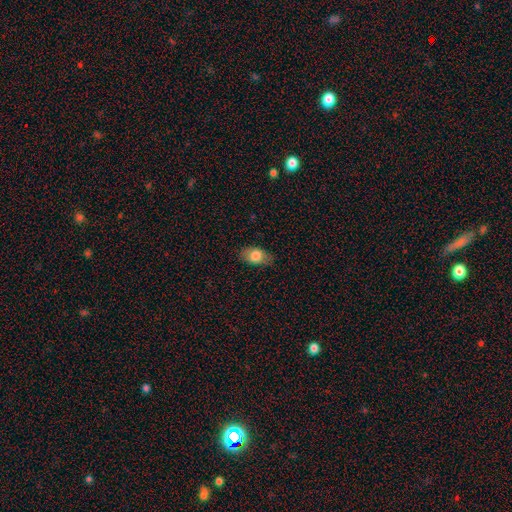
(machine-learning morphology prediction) Smooth or featured: smooth — 79% (featured or disk — 14%)
How rounded: in between — 87% (round — 10%)
Merging: none — 80% (minor disturbance — 16%)